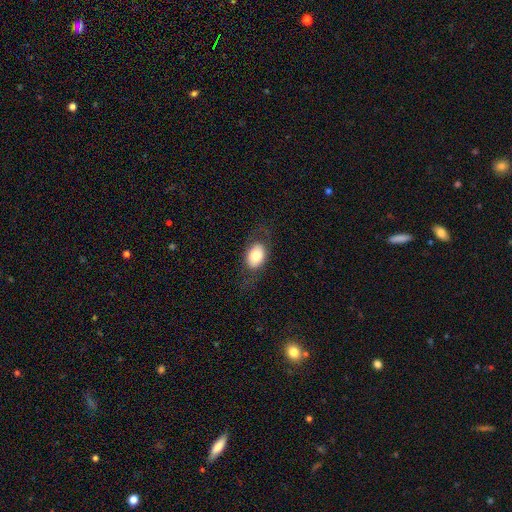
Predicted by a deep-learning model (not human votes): Morphology: type=smooth (70%); roundness=in between (83%); merging=none (74%).